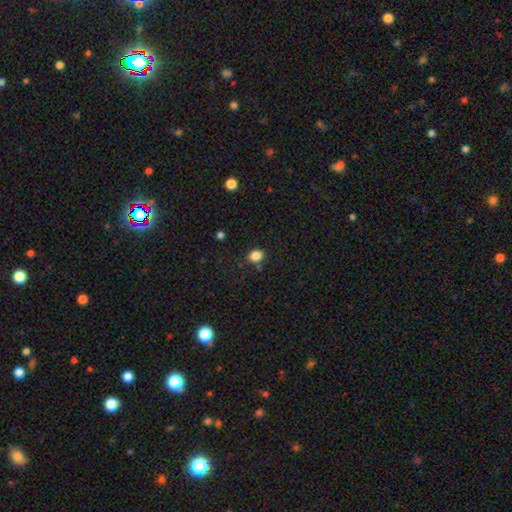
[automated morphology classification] Smooth or featured? smooth (85%)
How rounded? round (58%)
Merging? none (79%)